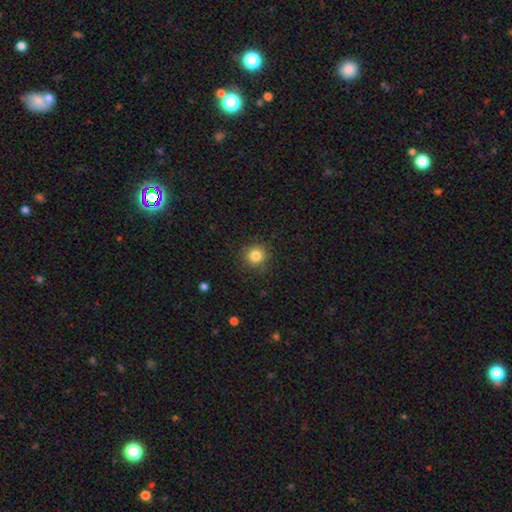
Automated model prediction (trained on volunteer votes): Q: Smooth or featured?
A: smooth (83%); runner-up: star or artifact (11%)
Q: How rounded?
A: round (93%); runner-up: in between (6%)
Q: Merging?
A: none (88%); runner-up: minor disturbance (9%)